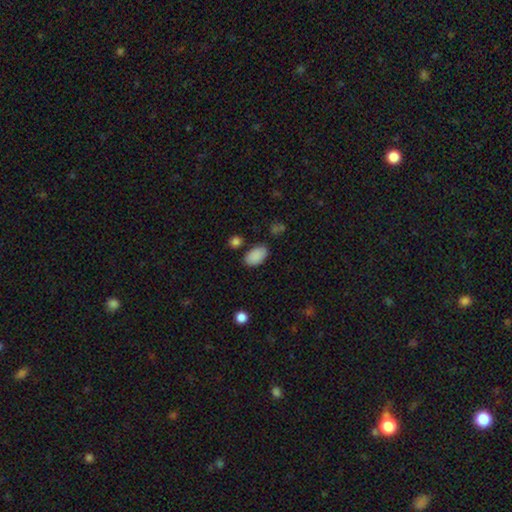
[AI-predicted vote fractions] smooth-or-featured: smooth: 89% | star or artifact: 8% | featured or disk: 4%
  how-rounded: in between: 93% | round: 6% | cigar-shaped: 1%
  merging: none: 78% | minor disturbance: 14% | merger: 5% | major disturbance: 4%